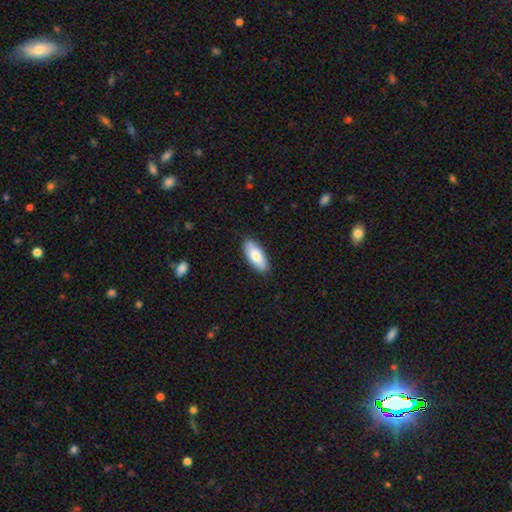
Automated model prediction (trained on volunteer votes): Morphology: type=smooth (81%); roundness=in between (80%); merging=none (89%).